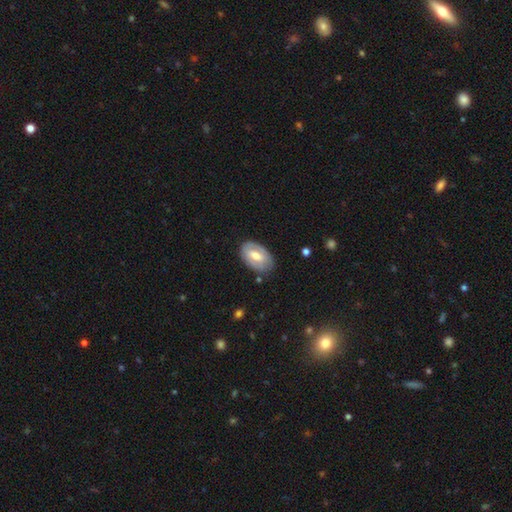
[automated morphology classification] This appears to be a featured or disk galaxy (51%). Merging: none (76%).